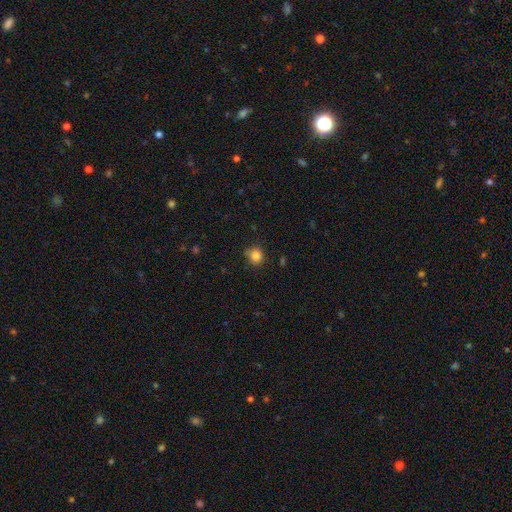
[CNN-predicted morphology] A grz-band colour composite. It shows a smooth galaxy with no disk features (84%) that is round (82%). Merging: none (75%).